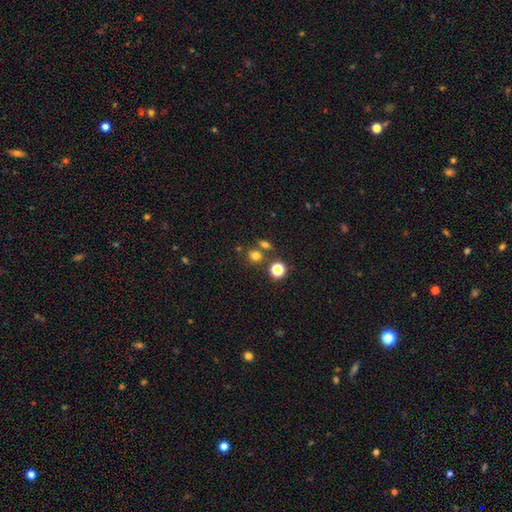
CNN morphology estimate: Q: Smooth or featured?
A: smooth (73%); runner-up: star or artifact (19%)
Q: How rounded?
A: round (81%); runner-up: in between (18%)
Q: Merging?
A: none (67%); runner-up: merger (21%)